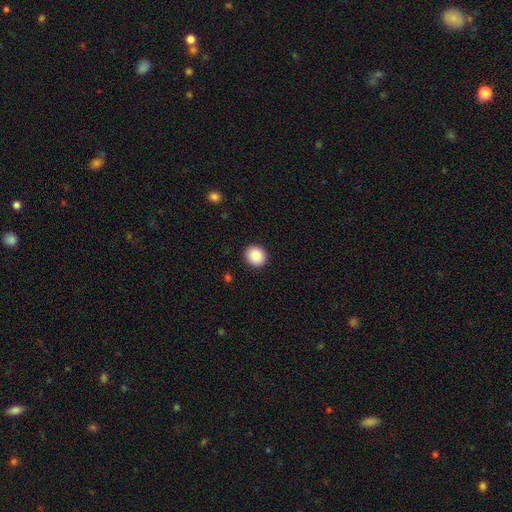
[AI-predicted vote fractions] Smooth or featured? Predicted: smooth (p=0.89). How rounded? Predicted: round (p=0.80). Merging? Predicted: none (p=0.91).